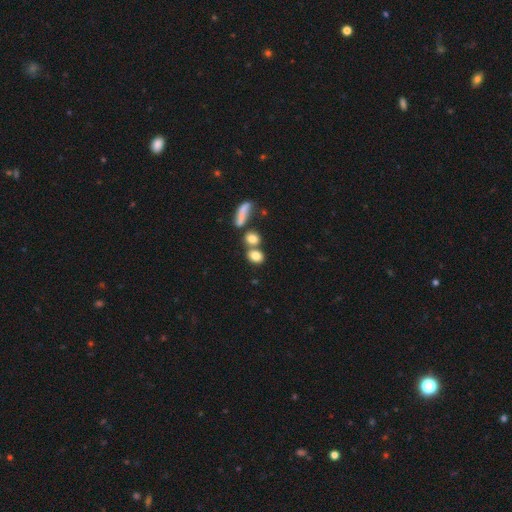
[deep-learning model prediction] The model was most divided on "how rounded": in between: 53%, round: 43%, cigar-shaped: 4%. Remaining: smooth or featured — smooth (78%); merging — none (48%).